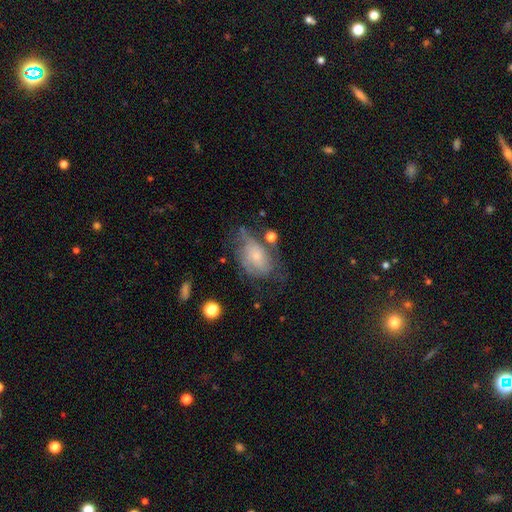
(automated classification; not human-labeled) The model was most divided on "merging": none: 38%, minor disturbance: 29%, major disturbance: 27%, merger: 6%. More confident: edge-on disk — no (95%); bar — no (80%); bulge size — small (67%); spiral arms — yes (67%); smooth or featured — featured or disk (53%).